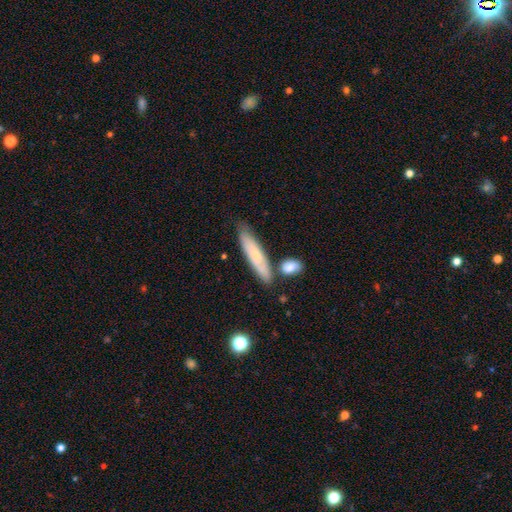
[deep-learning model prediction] Smooth or featured: smooth — 65% (featured or disk — 28%)
How rounded: cigar-shaped — 80% (in between — 18%)
Merging: none — 68% (minor disturbance — 16%)